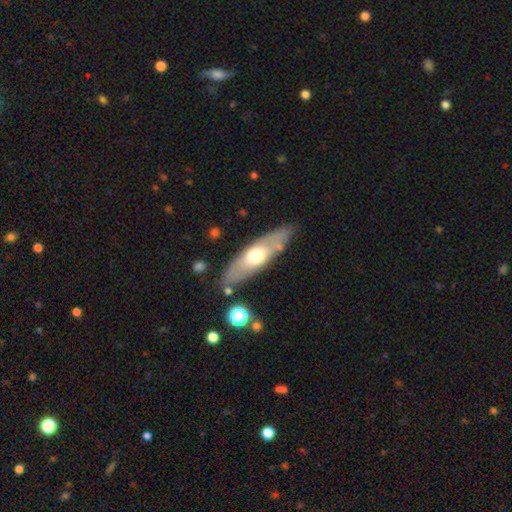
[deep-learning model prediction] Smooth or featured? smooth (49%)
Merging? none (81%)